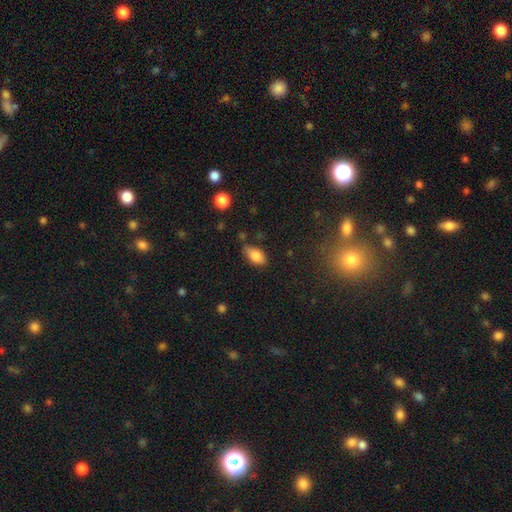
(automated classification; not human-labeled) The model was most divided on "merging": none: 67%, minor disturbance: 24%, major disturbance: 5%, merger: 3%. More confident: how rounded — in between (89%); smooth or featured — smooth (81%).